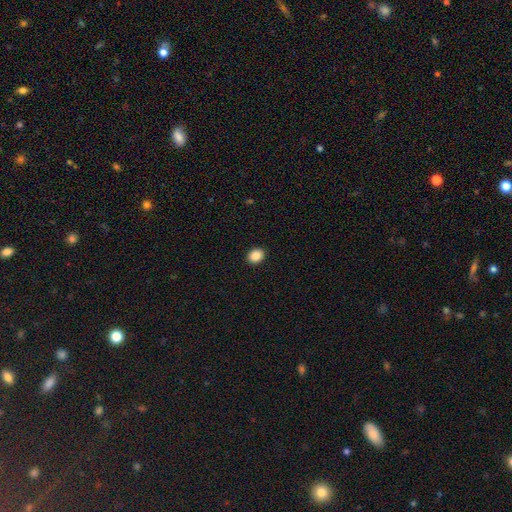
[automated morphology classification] smooth_or_featured: smooth (p=0.88) [alt: star or artifact p=0.09]
how_rounded: round (p=0.57) [alt: in between p=0.42]
merging: none (p=0.92) [alt: minor disturbance p=0.05]